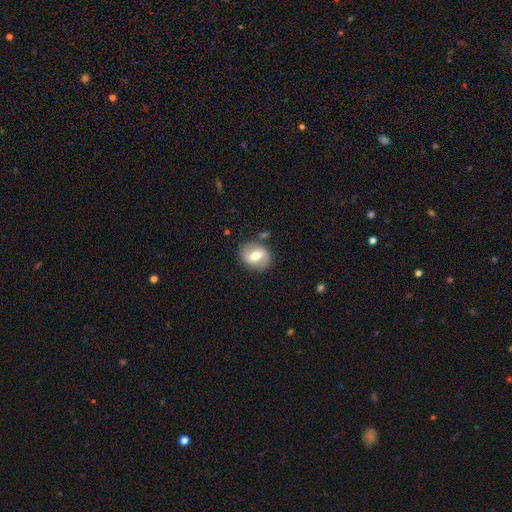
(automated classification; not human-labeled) smooth-or-featured: featured or disk: 53% | smooth: 41% | star or artifact: 7%
  disk-edge-on: no: 93% | yes: 7%
  merging: none: 78% | minor disturbance: 14% | major disturbance: 5% | merger: 3%